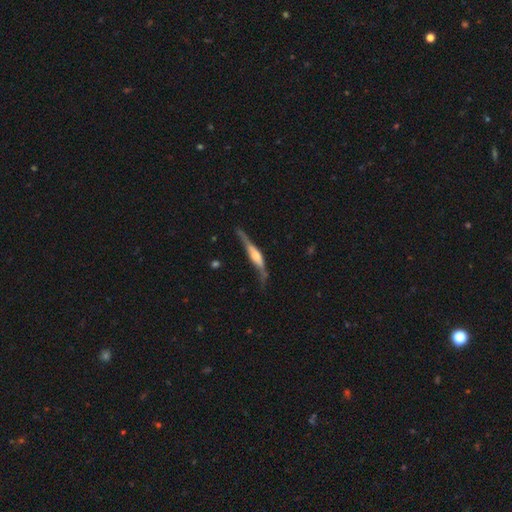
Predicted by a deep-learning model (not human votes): featured or disk 69%, smooth 26%, star or artifact 6%. Down the decision tree: edge-on disk — yes (92%); edge-on bulge — rounded (56%); merging — none (61%).